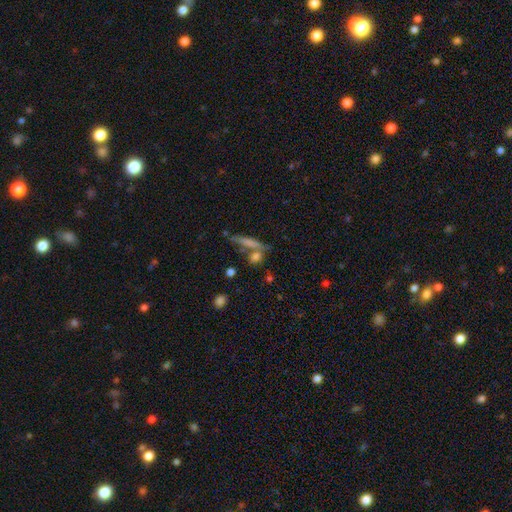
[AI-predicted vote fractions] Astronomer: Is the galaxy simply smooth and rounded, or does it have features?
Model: smooth — 68%.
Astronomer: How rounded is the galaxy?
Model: cigar-shaped — 52% (runner-up: in between, 29%).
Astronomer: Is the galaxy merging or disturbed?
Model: none — 60%.